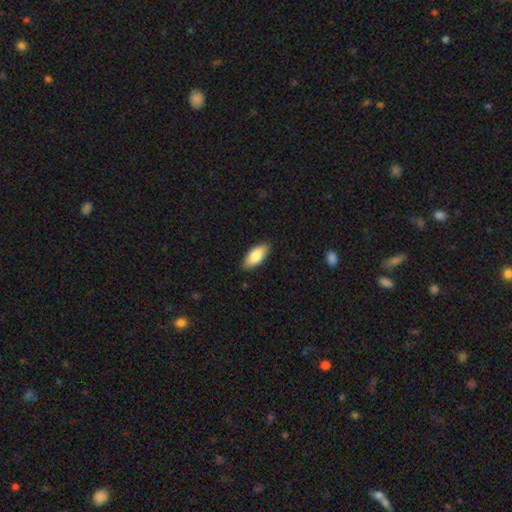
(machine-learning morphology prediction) A smooth galaxy with no disk features (84%) that is in between round and cigar-shaped (88%). Merging: none (87%).